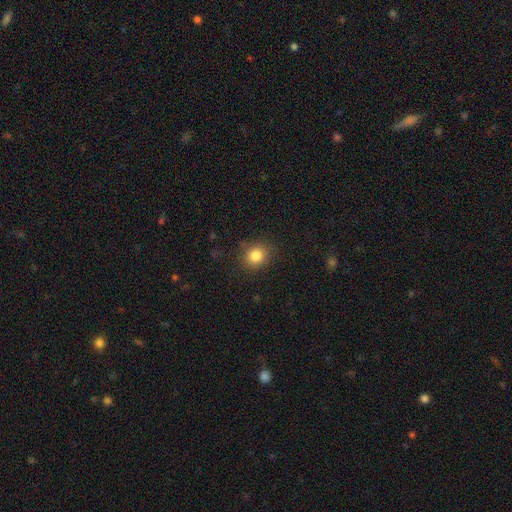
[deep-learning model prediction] This appears to be a smooth galaxy with no disk features (83%) that is round (78%). Merging: none (86%).